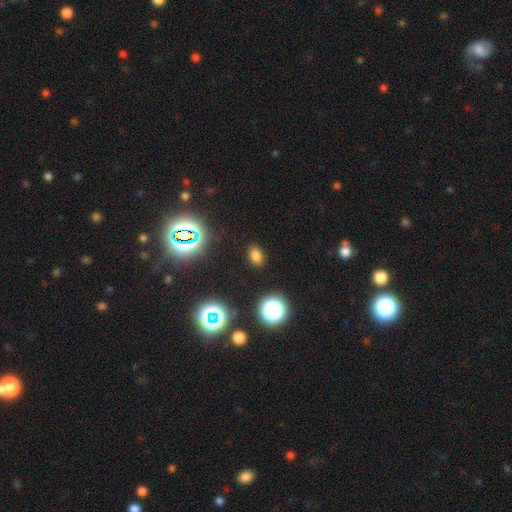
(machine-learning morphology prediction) type=smooth (72%); roundness=in between (76%); merging=none (87%).